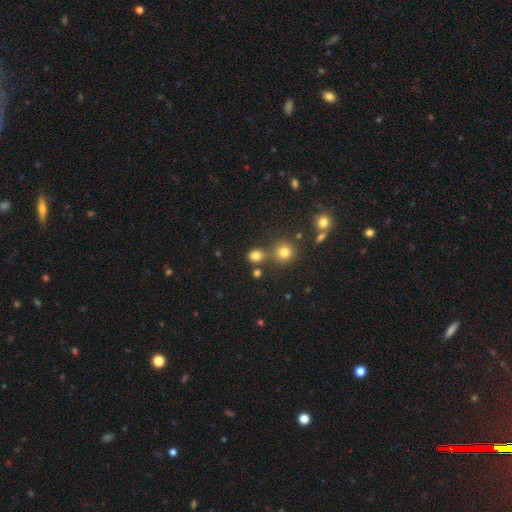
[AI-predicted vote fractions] Morphology: type=smooth (77%); roundness=round (70%); merging=none (68%).